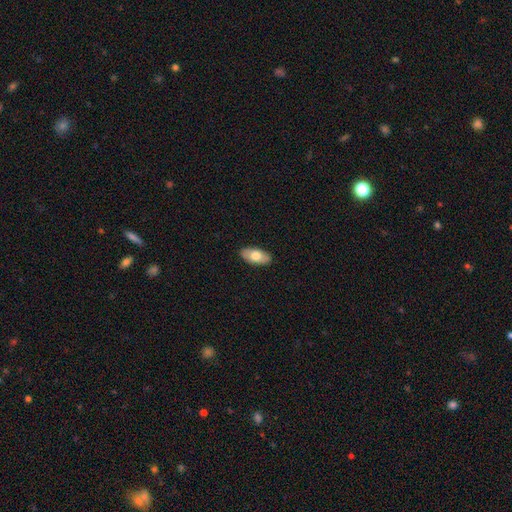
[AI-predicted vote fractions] A smooth galaxy with no disk features (73%) that is in between round and cigar-shaped (92%).

Vote fractions:
- Smooth or featured? smooth: 73% / featured or disk: 21% / star or artifact: 6%
- How rounded? in between: 92% / cigar-shaped: 6% / round: 3%
- Merging? none: 90% / minor disturbance: 8% / major disturbance: 2% / merger: 1%